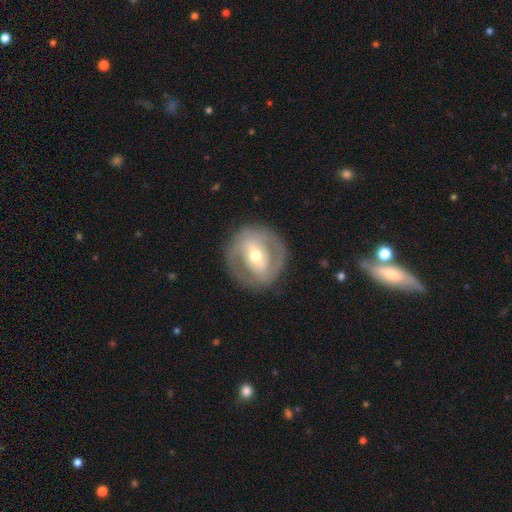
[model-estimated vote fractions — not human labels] This appears to be a featured or disk galaxy (72%) with a strong bar (43%), spiral arms (57%) and a moderate central bulge (68%). Merging: none (82%).